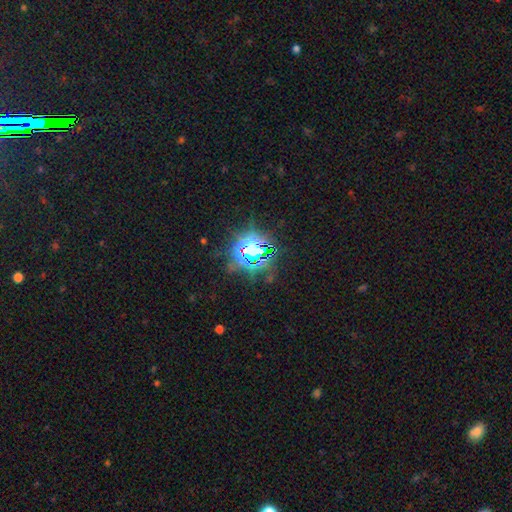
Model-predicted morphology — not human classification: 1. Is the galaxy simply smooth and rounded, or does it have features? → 77% star or artifact, 13% smooth, 9% featured or disk.